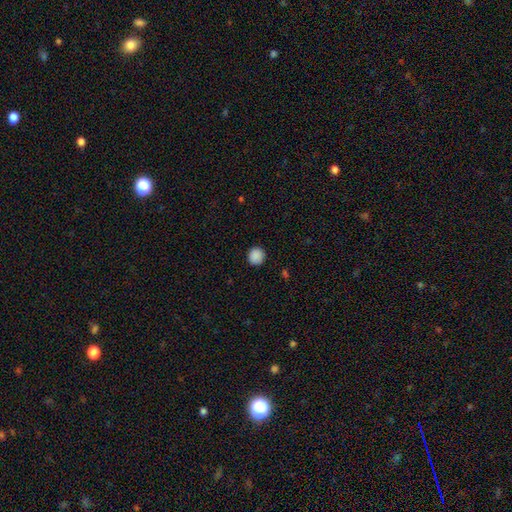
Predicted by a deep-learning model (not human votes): Smooth or featured? smooth (88%)
How rounded? round (92%)
Merging? none (90%)